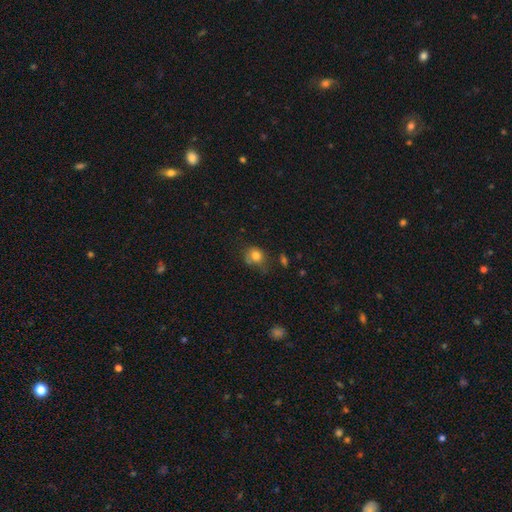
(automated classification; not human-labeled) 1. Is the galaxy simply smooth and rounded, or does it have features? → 79% smooth, 11% star or artifact, 10% featured or disk.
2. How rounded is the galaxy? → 66% round, 33% in between, 1% cigar-shaped.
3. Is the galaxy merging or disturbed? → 54% none, 29% minor disturbance, 10% major disturbance, 7% merger.